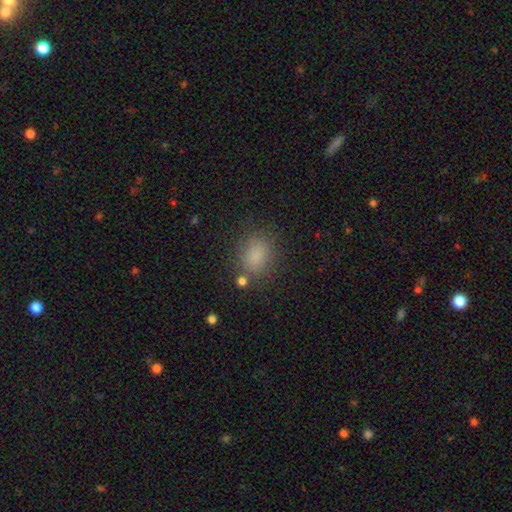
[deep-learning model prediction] smooth_or_featured: smooth (p=0.82) [alt: star or artifact p=0.13]
how_rounded: in between (p=0.56) [alt: round p=0.42]
merging: none (p=0.78) [alt: minor disturbance p=0.13]